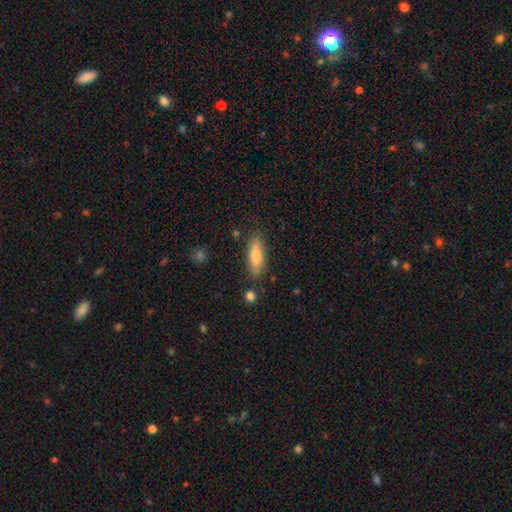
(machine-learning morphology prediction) A smooth galaxy with no disk features (64%) that is cigar-shaped (60%). Merging: none (82%).